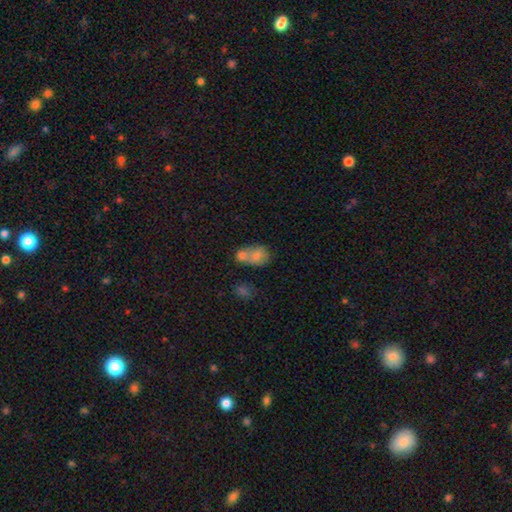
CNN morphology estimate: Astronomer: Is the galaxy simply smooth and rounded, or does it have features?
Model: smooth — 73%.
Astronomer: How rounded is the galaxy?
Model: in between — 65%.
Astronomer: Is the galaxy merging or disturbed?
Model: merger — 63%.